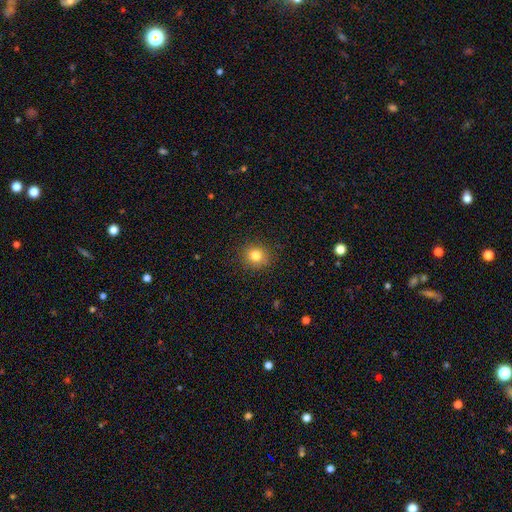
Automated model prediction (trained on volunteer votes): This is clearly a smooth galaxy (82%). How rounded: clearly round (85%). Merging: clearly none (89%).